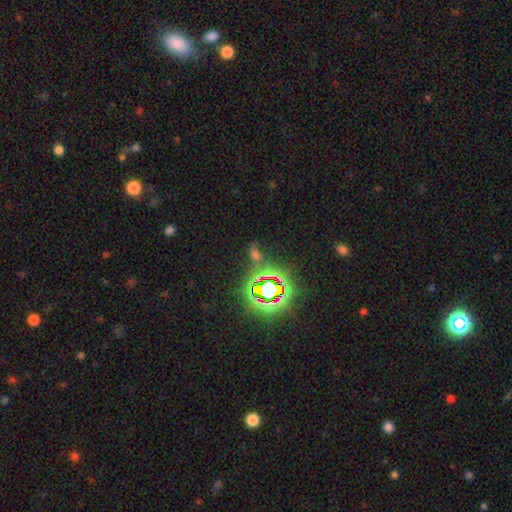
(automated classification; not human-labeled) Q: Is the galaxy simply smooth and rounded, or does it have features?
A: star or artifact — 59%.